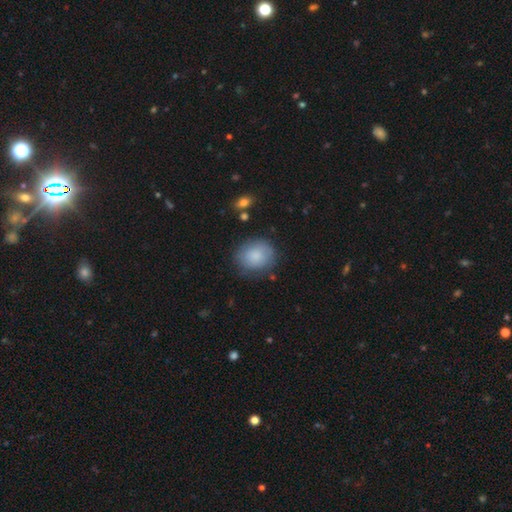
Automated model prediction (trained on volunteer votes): Morphology: type=smooth (82%); roundness=round (67%); merging=none (77%).